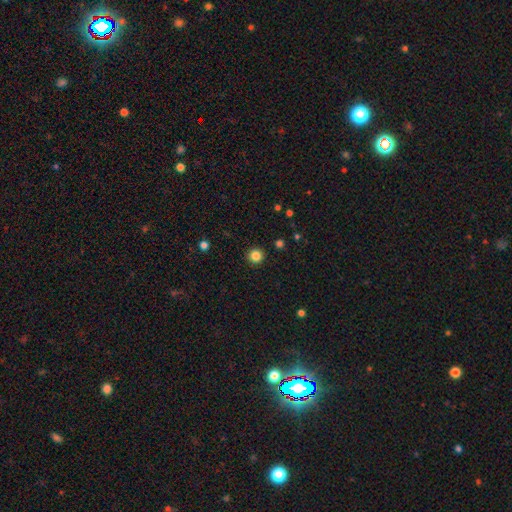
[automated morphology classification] This is clearly a smooth galaxy (84%). How rounded: clearly round (95%). Merging: clearly none (93%).